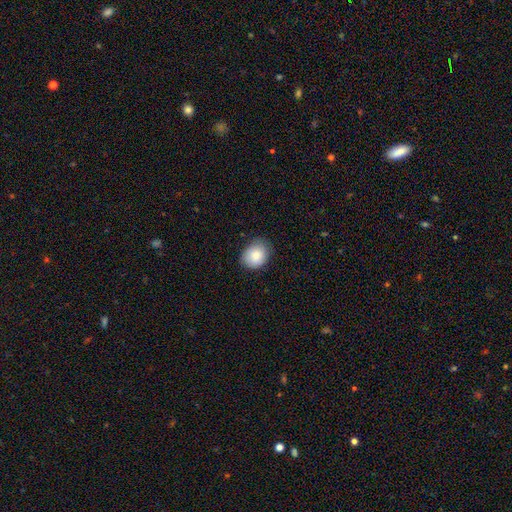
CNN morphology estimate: A smooth galaxy with no disk features (85%) that is in between round and cigar-shaped (52%). Merging: none (77%).